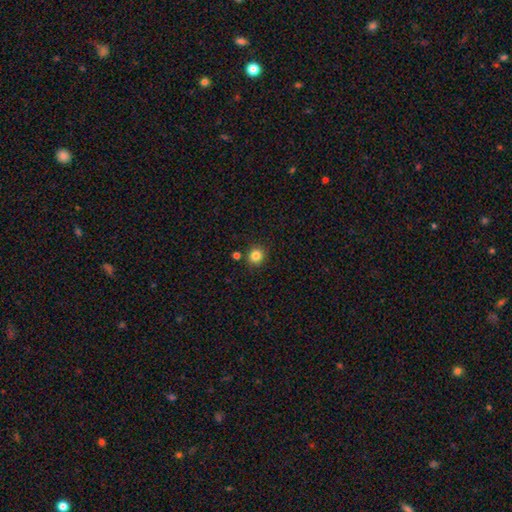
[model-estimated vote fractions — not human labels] Morphology: type=smooth (83%); roundness=round (91%); merging=none (86%).